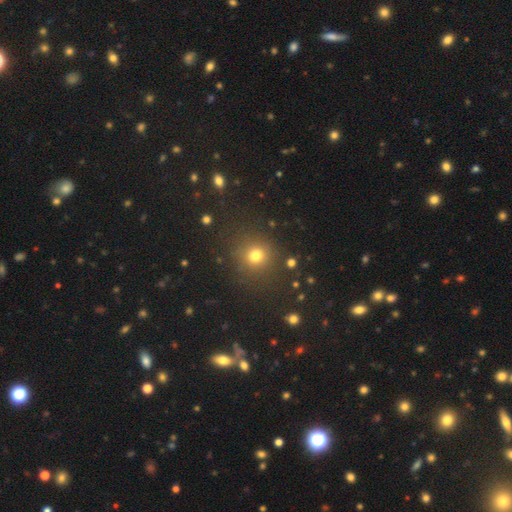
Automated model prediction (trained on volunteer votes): Smooth or featured? Predicted: smooth (p=0.74). How rounded? Predicted: round (p=0.91). Merging? Predicted: none (p=0.87).